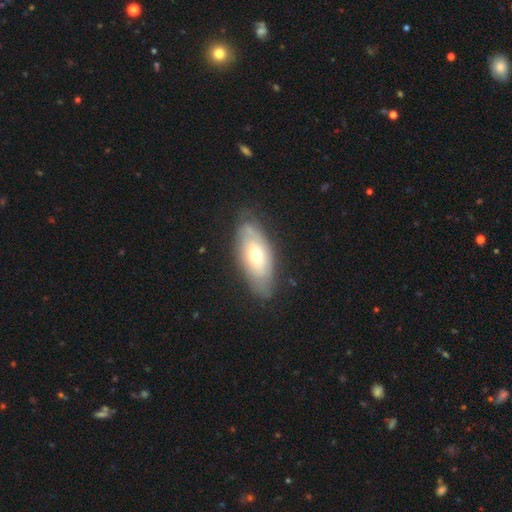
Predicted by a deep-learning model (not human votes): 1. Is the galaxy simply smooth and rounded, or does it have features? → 53% featured or disk, 40% smooth, 6% star or artifact.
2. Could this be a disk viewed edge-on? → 83% no, 17% yes.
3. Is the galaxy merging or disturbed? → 75% none, 19% minor disturbance, 4% major disturbance, 1% merger.